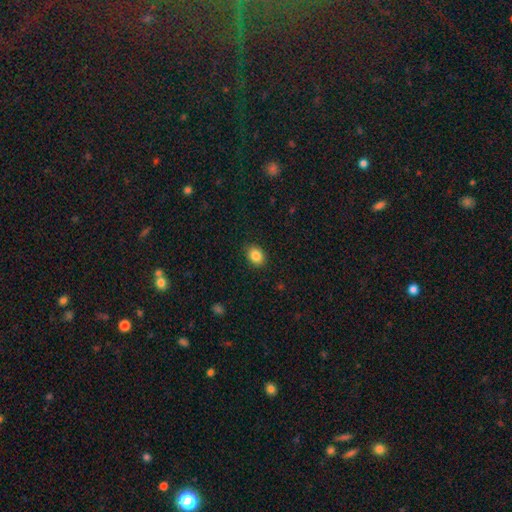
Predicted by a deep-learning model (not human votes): Smooth or featured? Predicted: smooth (p=0.86). How rounded? Predicted: in between (p=0.60). Merging? Predicted: none (p=0.89).